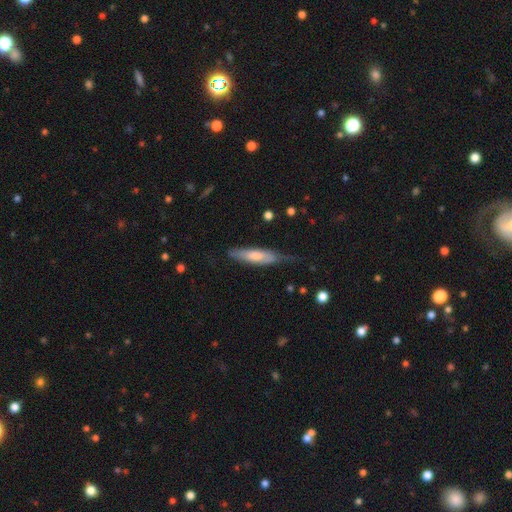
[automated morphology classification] Smooth or featured?
  - smooth: 55% *
  - featured or disk: 39%
  - star or artifact: 6%
How rounded?
  - cigar-shaped: 73% *
  - in between: 25%
  - round: 2%
Merging?
  - none: 55% *
  - minor disturbance: 33%
  - major disturbance: 10%
  - merger: 2%